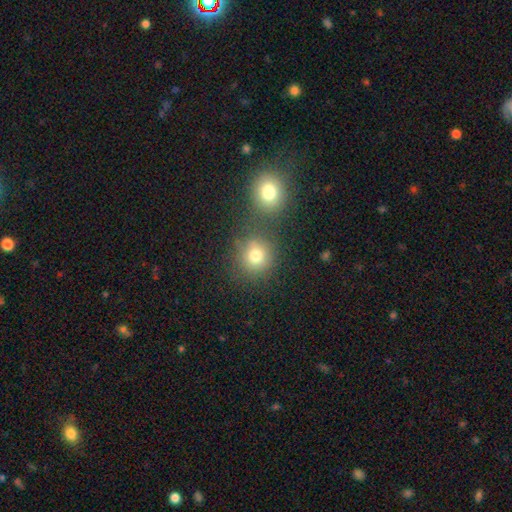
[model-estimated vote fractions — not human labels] smooth-or-featured: smooth: 76% | star or artifact: 15% | featured or disk: 9%
  how-rounded: round: 86% | in between: 12% | cigar-shaped: 1%
  merging: none: 64% | merger: 23% | minor disturbance: 9% | major disturbance: 4%